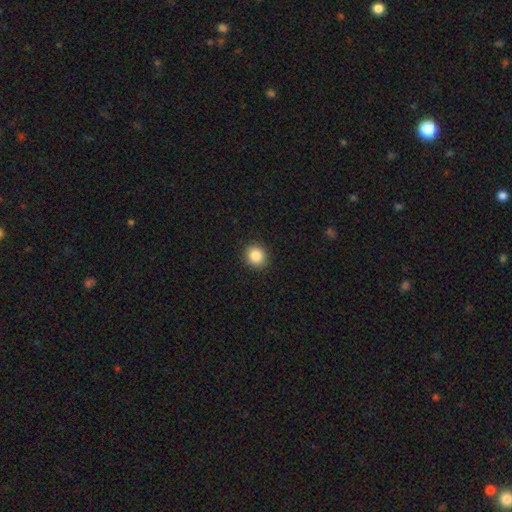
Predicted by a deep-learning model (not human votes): smooth-or-featured: smooth: 86% | star or artifact: 9% | featured or disk: 4%
  how-rounded: round: 87% | in between: 12% | cigar-shaped: 1%
  merging: none: 91% | minor disturbance: 6% | major disturbance: 2% | merger: 1%